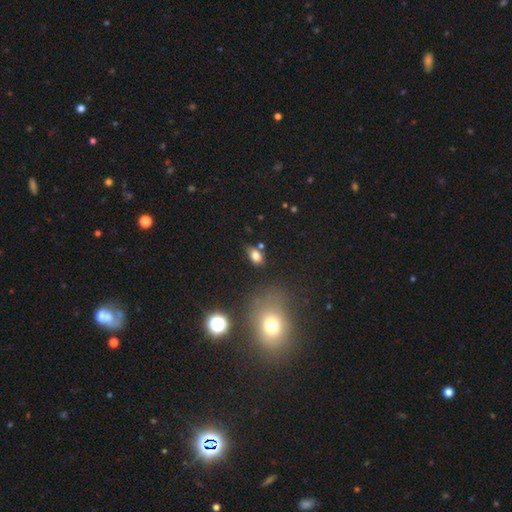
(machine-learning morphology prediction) The model was most divided on "merging": none: 63%, minor disturbance: 20%, merger: 11%, major disturbance: 6%. More confident: how rounded — in between (83%); smooth or featured — smooth (77%).